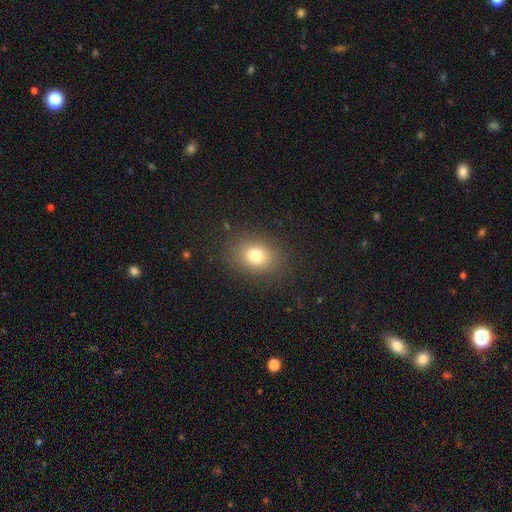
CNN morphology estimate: Smooth or featured? Predicted: smooth (p=0.77). How rounded? Predicted: round (p=0.51). Merging? Predicted: none (p=0.86).